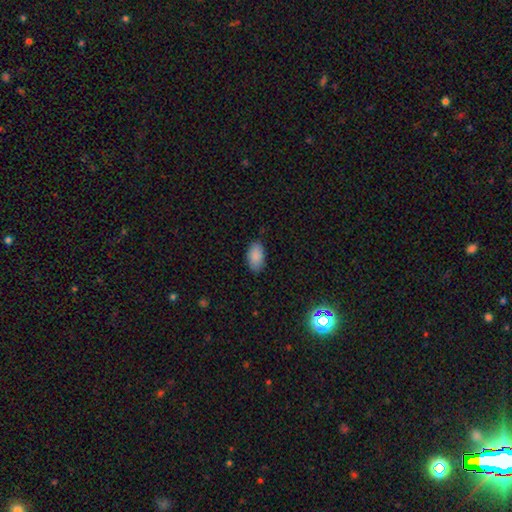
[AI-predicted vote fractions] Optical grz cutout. It shows a smooth galaxy with no disk features (88%) that is in between round and cigar-shaped (94%). Merging: none (81%).